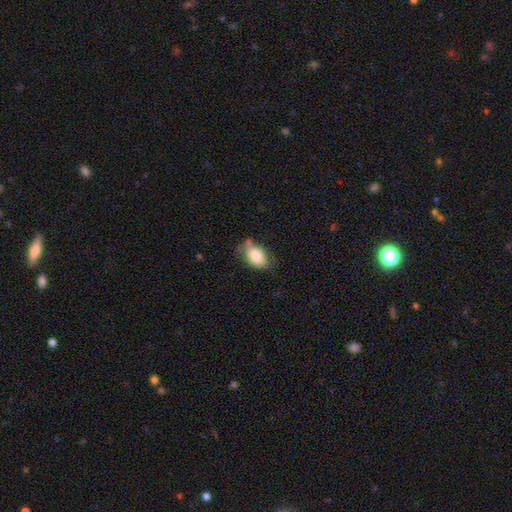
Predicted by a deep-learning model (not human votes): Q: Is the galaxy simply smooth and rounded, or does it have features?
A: smooth — 78%.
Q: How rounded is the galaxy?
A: in between — 87%.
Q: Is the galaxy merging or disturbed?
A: none — 46%.